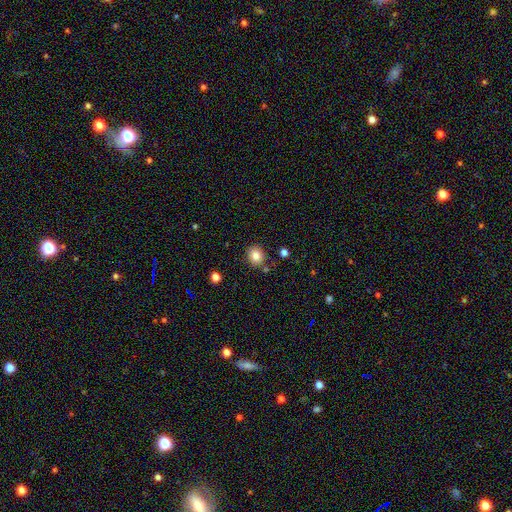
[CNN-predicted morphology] A smooth galaxy with no disk features (82%) that is round (81%).

Vote fractions:
- Smooth or featured? smooth: 82% / star or artifact: 11% / featured or disk: 7%
- How rounded? round: 81% / in between: 18% / cigar-shaped: 1%
- Merging? none: 83% / minor disturbance: 9% / merger: 5% / major disturbance: 2%